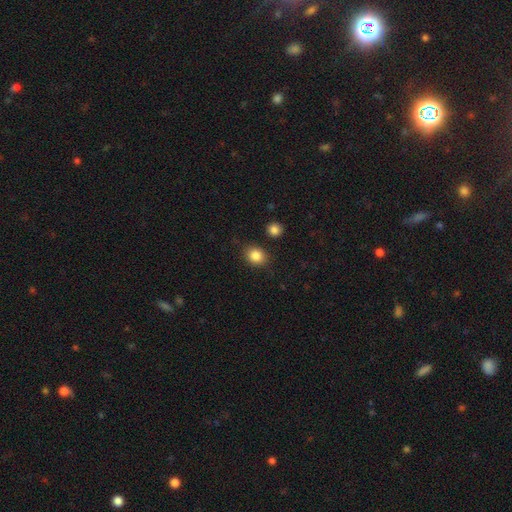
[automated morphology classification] Q: Smooth or featured?
A: smooth (85%); runner-up: star or artifact (10%)
Q: How rounded?
A: round (57%); runner-up: in between (42%)
Q: Merging?
A: none (83%); runner-up: minor disturbance (11%)